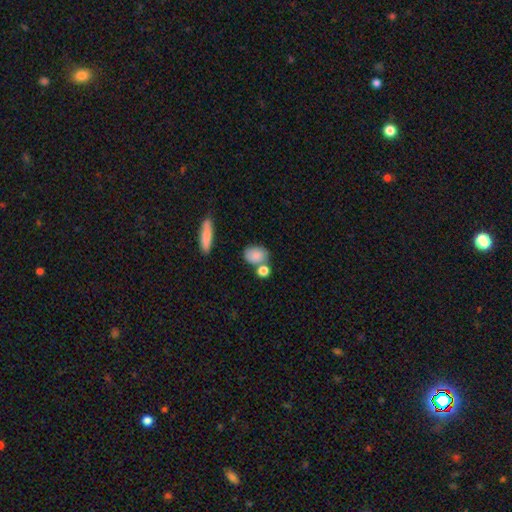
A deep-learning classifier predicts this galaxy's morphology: Smooth or featured? Predicted: smooth (p=0.81). How rounded? Predicted: in between (p=0.56). Merging? Predicted: none (p=0.55).